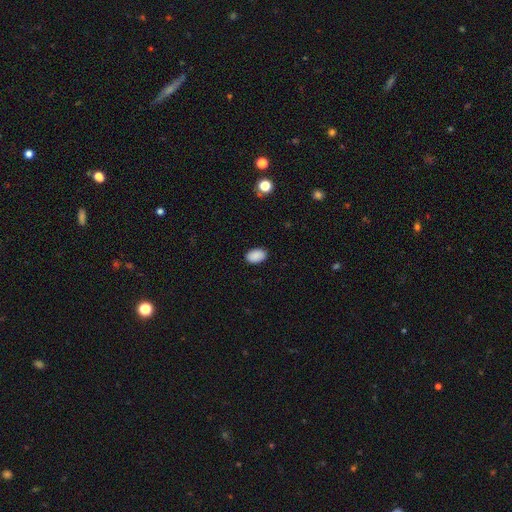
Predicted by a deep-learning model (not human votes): This appears to be a smooth galaxy with no disk features (90%) that is in between round and cigar-shaped (90%). Merging: none (89%).